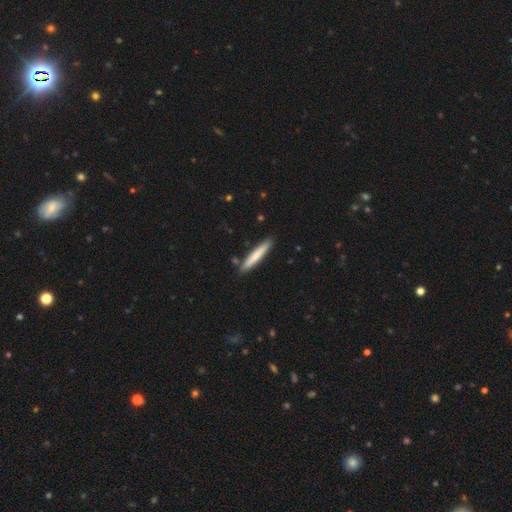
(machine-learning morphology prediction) Smooth or featured? Predicted: smooth (p=0.72). How rounded? Predicted: cigar-shaped (p=0.94). Merging? Predicted: none (p=0.87).